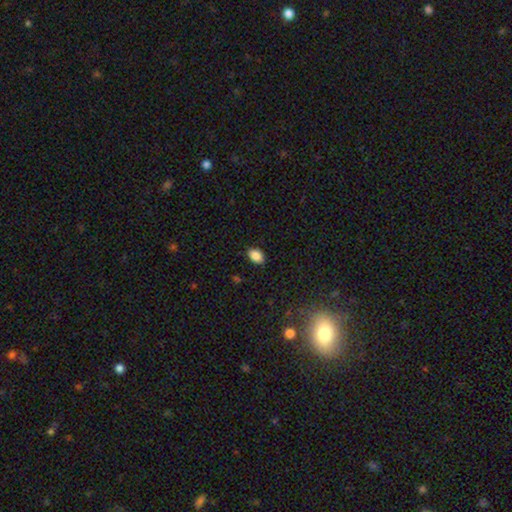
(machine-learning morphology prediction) This appears to be a smooth galaxy with no disk features (88%) that is in between round and cigar-shaped (85%). Merging: none (86%).